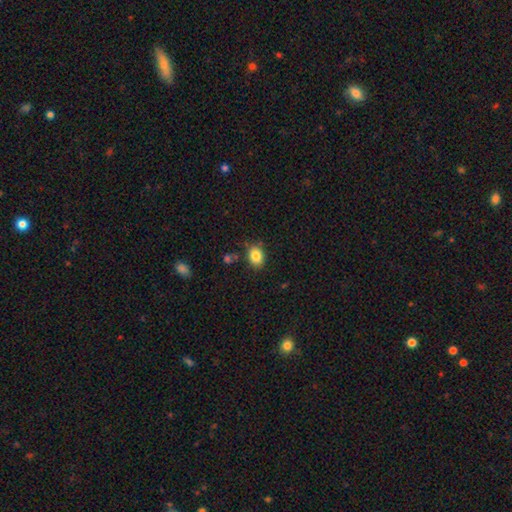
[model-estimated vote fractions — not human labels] Overall: smooth (84%). How rounded: in between (64%; round 35%). Merging: none (76%).